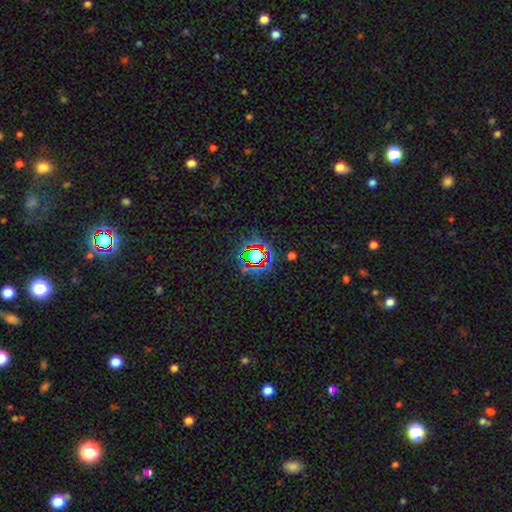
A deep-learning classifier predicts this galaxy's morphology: This appears to be a star or artifact, not a galaxy (70%).